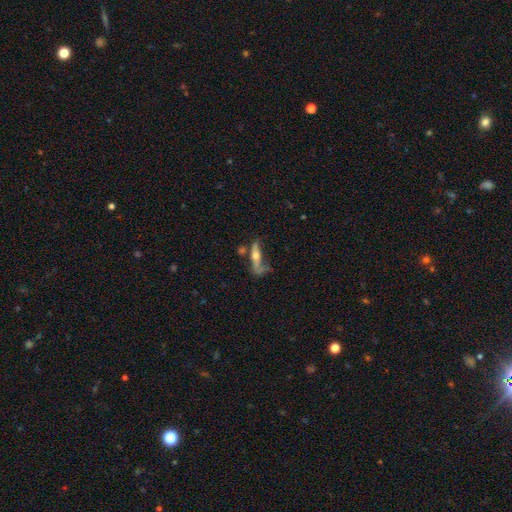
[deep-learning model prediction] Smooth or featured?
  - featured or disk: 47% *
  - smooth: 44%
  - star or artifact: 9%
Merging?
  - none: 34% *
  - major disturbance: 28%
  - minor disturbance: 22%
  - merger: 16%